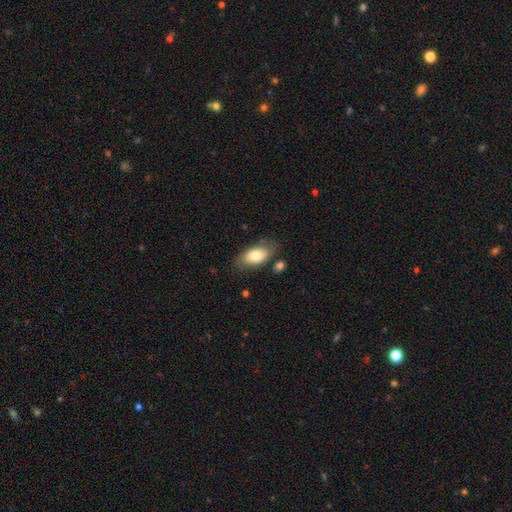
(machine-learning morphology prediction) smooth-or-featured: smooth: 77% | featured or disk: 17% | star or artifact: 7%
  how-rounded: in between: 92% | round: 4% | cigar-shaped: 4%
  merging: none: 72% | minor disturbance: 18% | merger: 5% | major disturbance: 5%